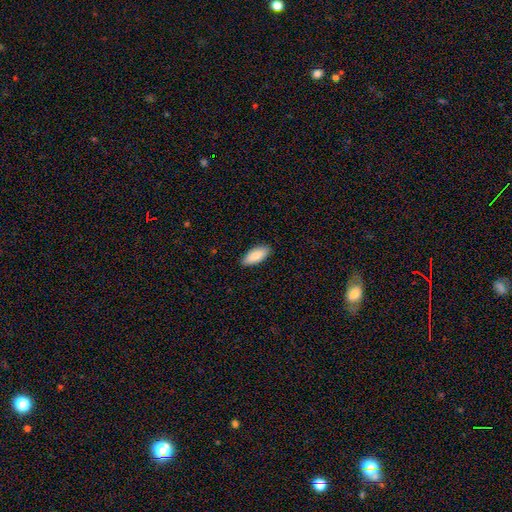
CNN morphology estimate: The model was most divided on "how rounded": in between: 85%, cigar-shaped: 14%, round: 2%. More confident: merging — none (89%); smooth or featured — smooth (87%).